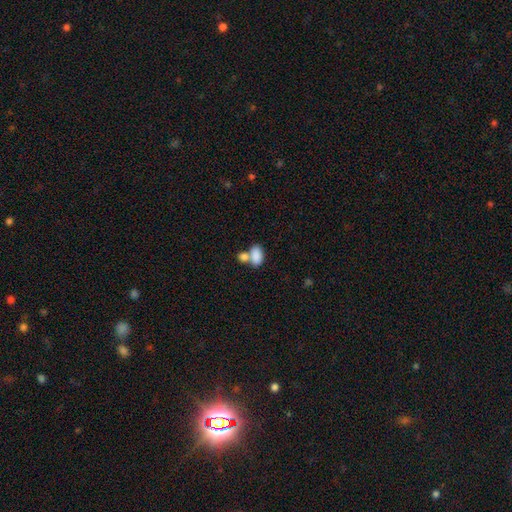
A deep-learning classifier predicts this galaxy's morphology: Q: Smooth or featured?
A: smooth (85%); runner-up: featured or disk (8%)
Q: How rounded?
A: in between (91%); runner-up: round (7%)
Q: Merging?
A: merger (53%); runner-up: none (34%)